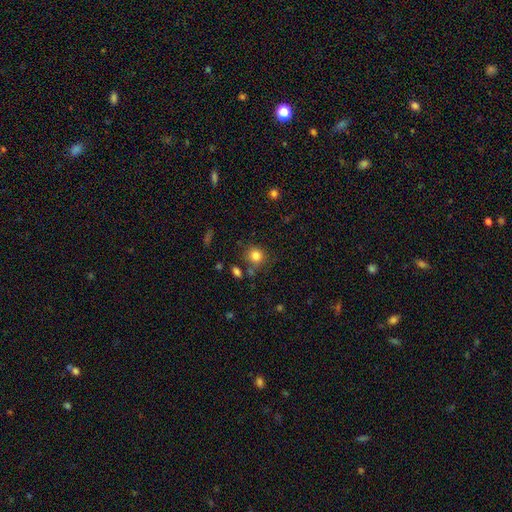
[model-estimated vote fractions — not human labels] Smooth or featured: smooth — 82% (star or artifact — 12%)
How rounded: round — 84% (in between — 15%)
Merging: none — 76% (minor disturbance — 12%)